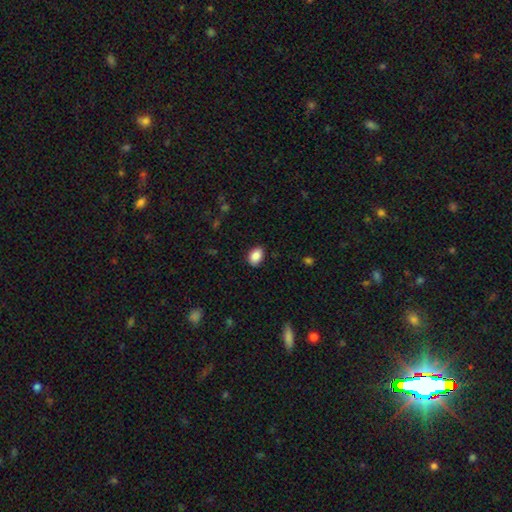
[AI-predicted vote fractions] This is clearly a smooth galaxy (88%). How rounded: clearly in between (84%). Merging: clearly none (87%).